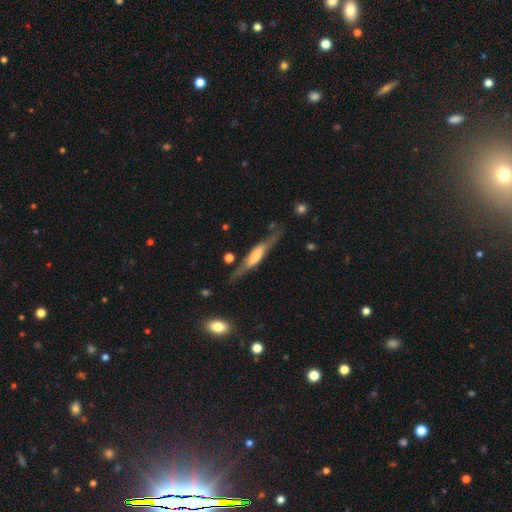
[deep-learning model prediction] A featured or disk galaxy (61%) viewed edge-on (83%) with a boxy central bulge (51%). Merging: none (68%).